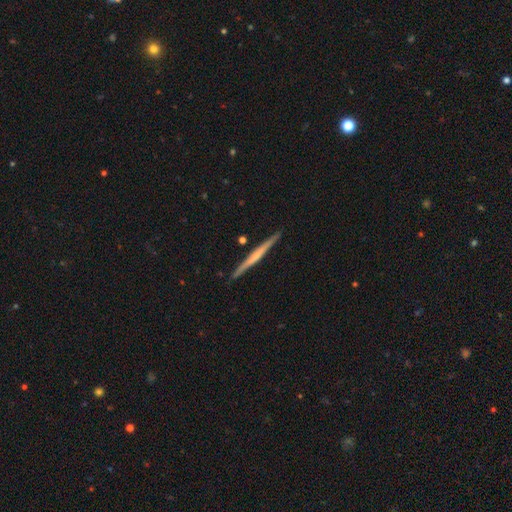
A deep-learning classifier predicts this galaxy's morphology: smooth-or-featured: featured or disk: 63% | smooth: 32% | star or artifact: 5%
  disk-edge-on: yes: 98% | no: 2%
    edge-on-bulge: none: 58% | rounded: 32% | boxy: 10%
  merging: none: 91% | minor disturbance: 6% | merger: 1% | major disturbance: 1%